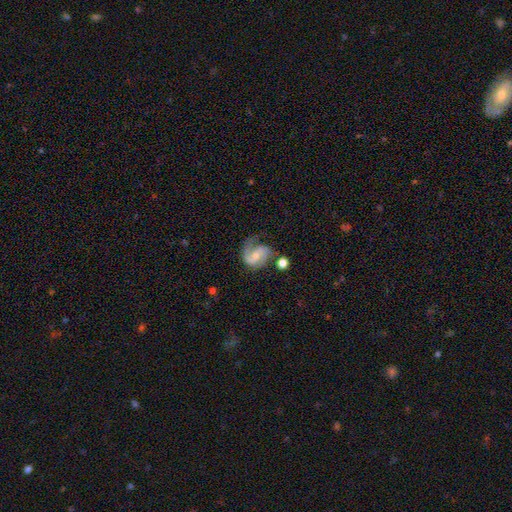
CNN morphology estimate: A featured or disk galaxy (81%) with no bar (48%), 2 (70%) medium (49%) spiral arms (95%) and a small central bulge (54%). Merging: none (51%).